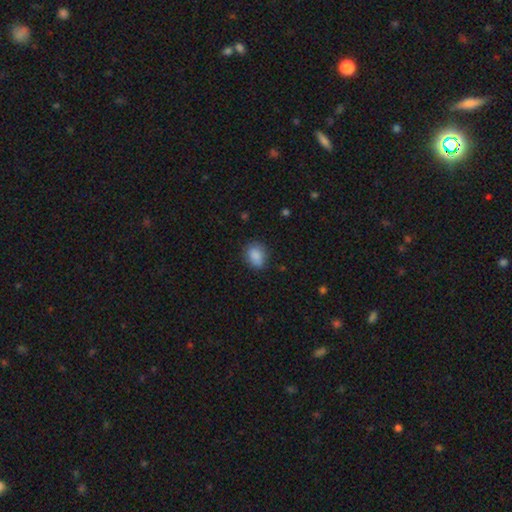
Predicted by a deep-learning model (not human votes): Smooth or featured? smooth (87%)
How rounded? in between (63%)
Merging? none (75%)